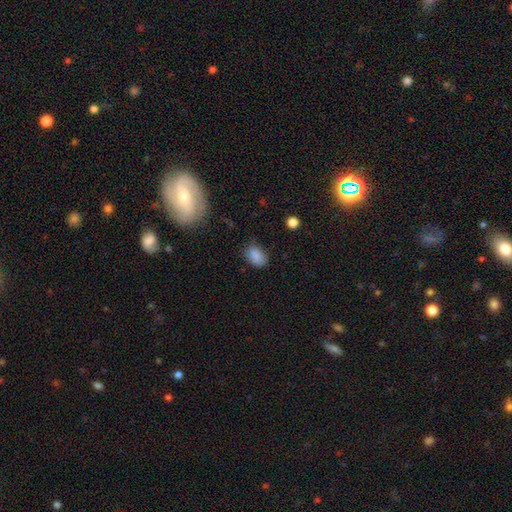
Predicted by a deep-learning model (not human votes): Smooth or featured? Predicted: smooth (p=0.84). How rounded? Predicted: in between (p=0.84). Merging? Predicted: none (p=0.69).